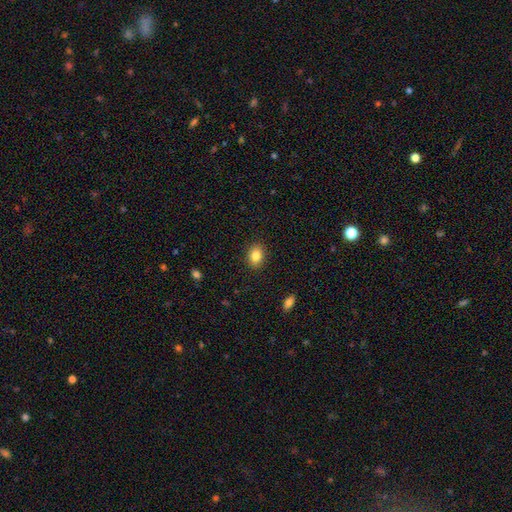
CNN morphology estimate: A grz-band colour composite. It shows a smooth galaxy with no disk features (85%) that is in between round and cigar-shaped (64%). Merging: none (89%).